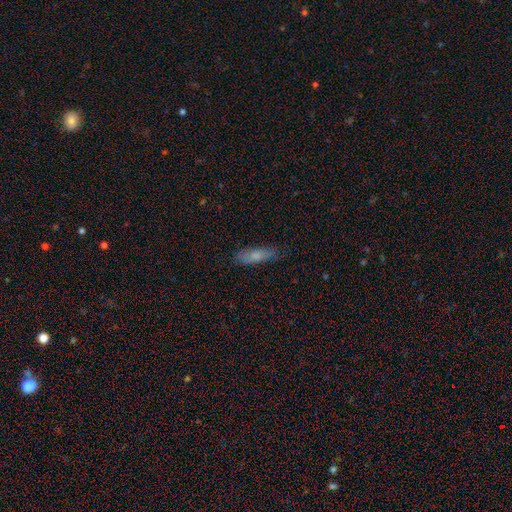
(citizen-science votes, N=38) Q: Smooth or featured?
A: smooth (82%); runner-up: featured or disk (16%)
Q: How rounded?
A: in between (55%); runner-up: cigar-shaped (45%)
Q: Merging?
A: none (76%); runner-up: minor disturbance (19%)